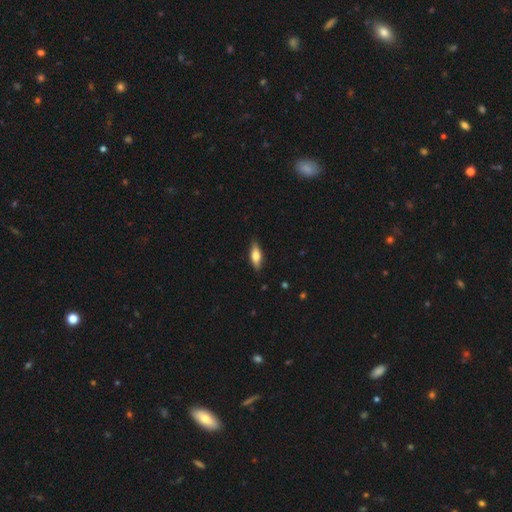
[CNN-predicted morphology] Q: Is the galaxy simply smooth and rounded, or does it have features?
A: smooth — 66%.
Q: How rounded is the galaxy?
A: in between — 62%.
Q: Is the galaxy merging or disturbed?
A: none — 85%.